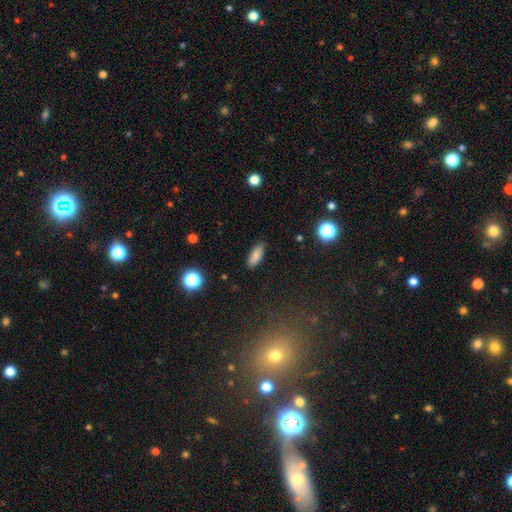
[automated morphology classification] The model was most divided on "how rounded": in between: 67%, cigar-shaped: 31%, round: 3%. More confident: merging — none (85%); smooth or featured — smooth (84%).